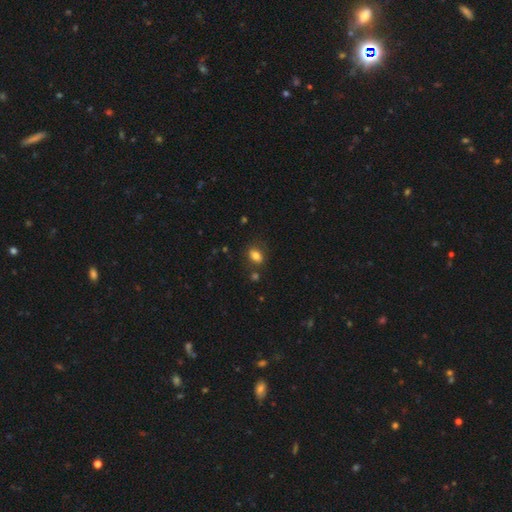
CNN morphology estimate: Q: Smooth or featured?
A: smooth (82%); runner-up: star or artifact (10%)
Q: How rounded?
A: in between (77%); runner-up: round (21%)
Q: Merging?
A: none (77%); runner-up: minor disturbance (14%)